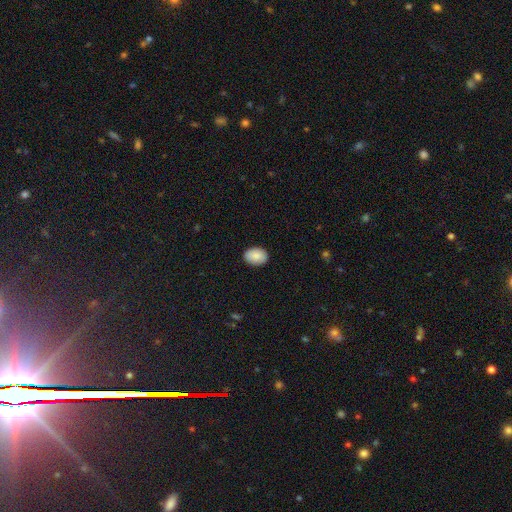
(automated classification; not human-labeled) Smooth or featured? smooth (89%)
How rounded? in between (78%)
Merging? none (89%)